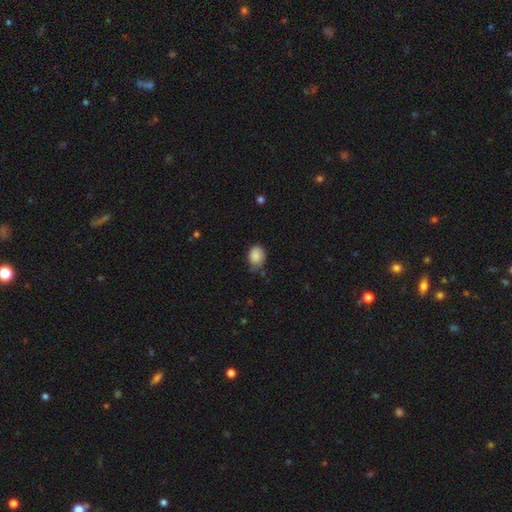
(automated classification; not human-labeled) Q: Smooth or featured?
A: smooth (87%); runner-up: star or artifact (8%)
Q: How rounded?
A: in between (55%); runner-up: round (44%)
Q: Merging?
A: none (60%); runner-up: minor disturbance (32%)